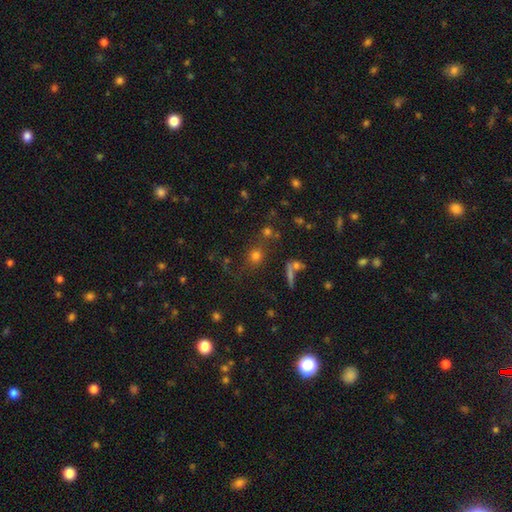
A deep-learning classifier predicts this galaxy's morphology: This appears to be a smooth galaxy with no disk features (69%) that is round (81%). Merging: none (71%).